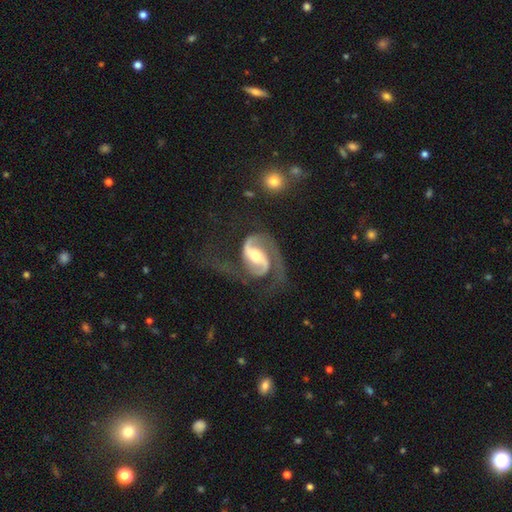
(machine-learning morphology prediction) Q: Smooth or featured?
A: featured or disk (91%); runner-up: smooth (5%)
Q: Edge-on disk?
A: no (98%); runner-up: yes (2%)
Q: Bar?
A: strong (43%); runner-up: weak (37%)
Q: Spiral arms?
A: yes (98%); runner-up: no (2%)
Q: Spiral winding?
A: medium (53%); runner-up: loose (29%)
Q: Spiral arm count?
A: 2 (87%); runner-up: 1 (7%)
Q: Bulge size?
A: moderate (67%); runner-up: small (23%)
Q: Merging?
A: none (55%); runner-up: major disturbance (25%)